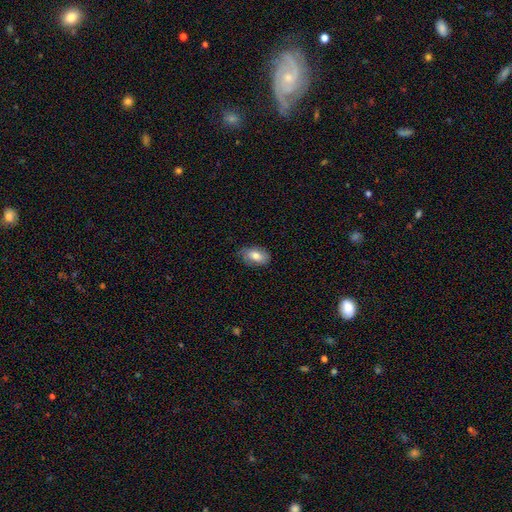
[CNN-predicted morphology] Q: Smooth or featured?
A: smooth (72%); runner-up: featured or disk (21%)
Q: How rounded?
A: in between (91%); runner-up: round (7%)
Q: Merging?
A: none (75%); runner-up: minor disturbance (20%)